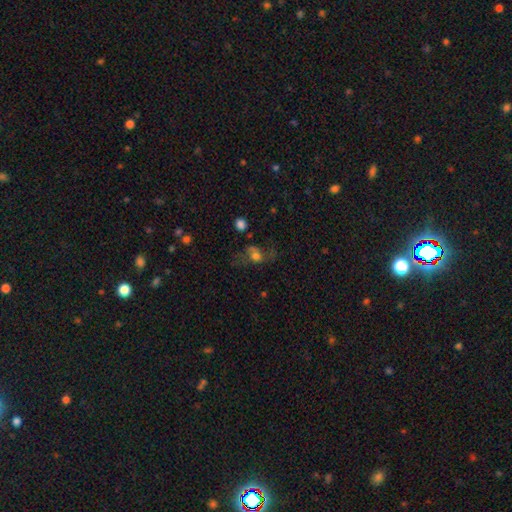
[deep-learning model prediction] A smooth galaxy with no disk features (54%) that is in between round and cigar-shaped (50%).

Vote fractions:
- Smooth or featured? smooth: 54% / featured or disk: 32% / star or artifact: 14%
- How rounded? in between: 50% / round: 47% / cigar-shaped: 3%
- Merging? none: 42% / major disturbance: 30% / minor disturbance: 23% / merger: 6%